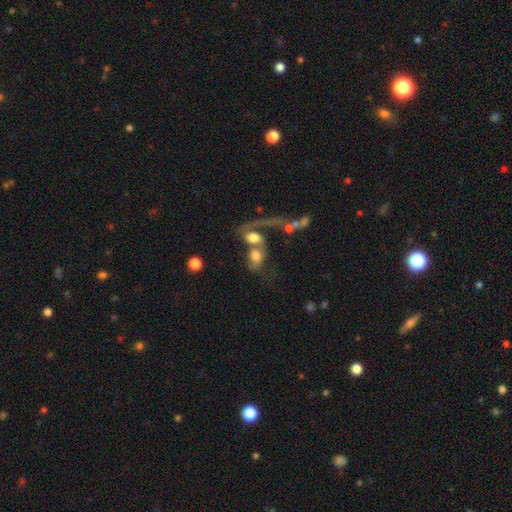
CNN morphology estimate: Smooth or featured? Predicted: smooth (p=0.55). How rounded? Predicted: in between (p=0.65). Merging? Predicted: merger (p=0.68).